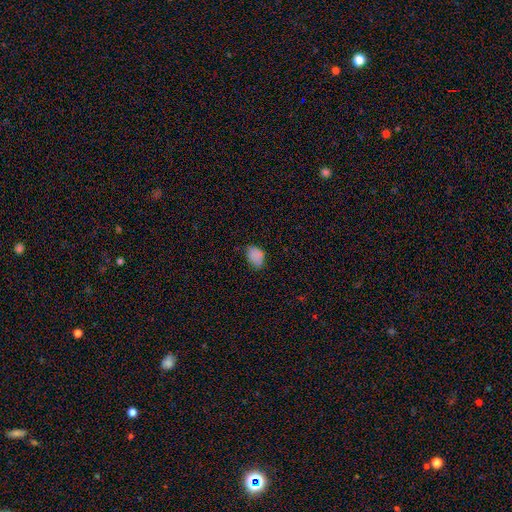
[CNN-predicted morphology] type=smooth (85%); roundness=in between (78%); merging=none (63%).